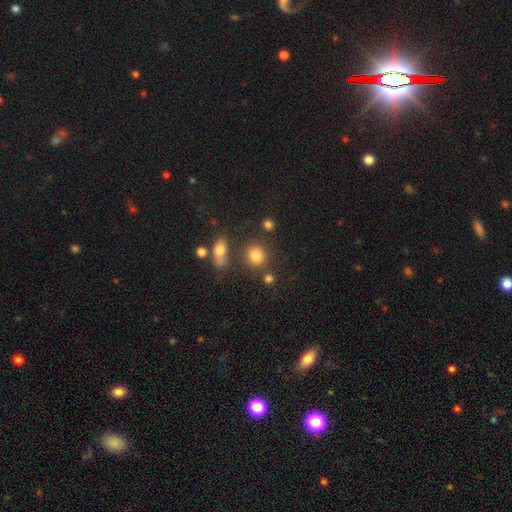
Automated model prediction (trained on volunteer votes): The model was most divided on "merging": none: 74%, minor disturbance: 11%, merger: 10%, major disturbance: 5%. More confident: how rounded — round (83%); smooth or featured — smooth (81%).